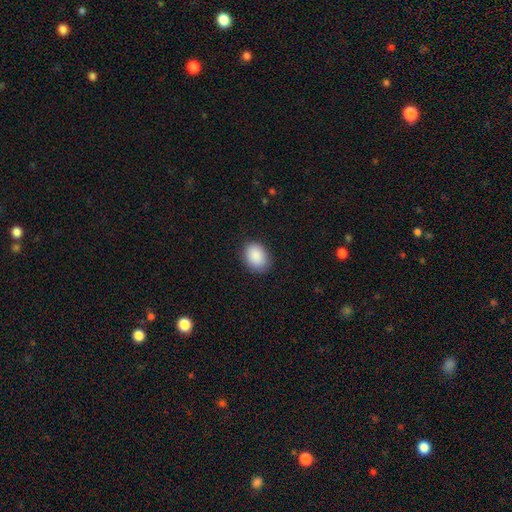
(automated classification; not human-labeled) A smooth galaxy with no disk features (90%) that is in between round and cigar-shaped (71%).

Vote fractions:
- Smooth or featured? smooth: 90% / star or artifact: 7% / featured or disk: 3%
- How rounded? in between: 71% / round: 28% / cigar-shaped: 1%
- Merging? none: 85% / minor disturbance: 12% / major disturbance: 3% / merger: 1%